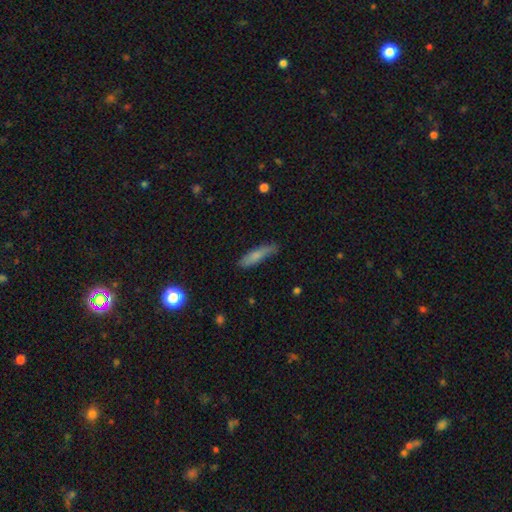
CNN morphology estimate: Smooth or featured?
  - smooth: 74% *
  - featured or disk: 19%
  - star or artifact: 7%
How rounded?
  - cigar-shaped: 78% *
  - in between: 20%
  - round: 2%
Merging?
  - none: 74% *
  - minor disturbance: 20%
  - major disturbance: 4%
  - merger: 2%